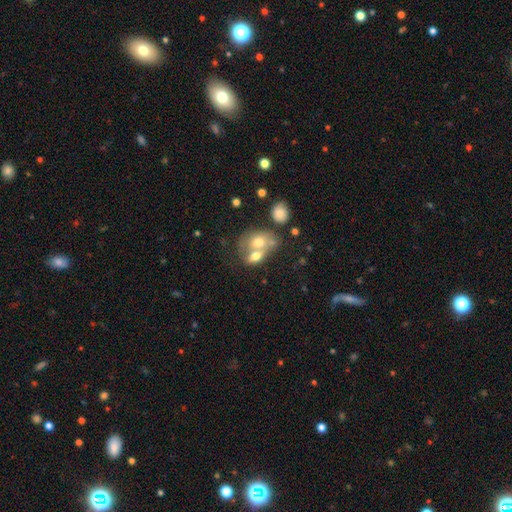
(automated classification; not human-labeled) Morphology: type=smooth (65%); roundness=in between (65%); merging=merger (68%).